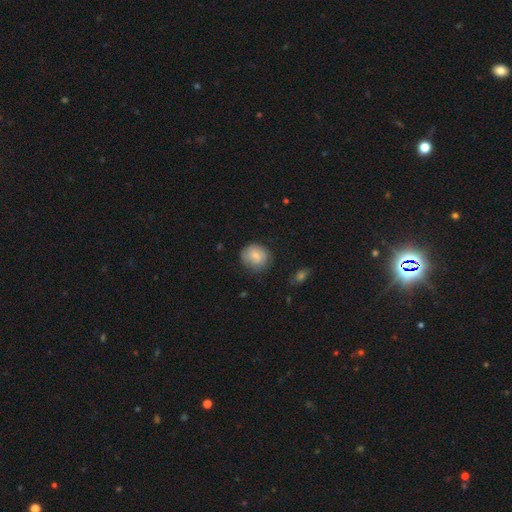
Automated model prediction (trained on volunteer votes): Morphology: type=smooth (75%); roundness=round (78%); merging=none (73%).